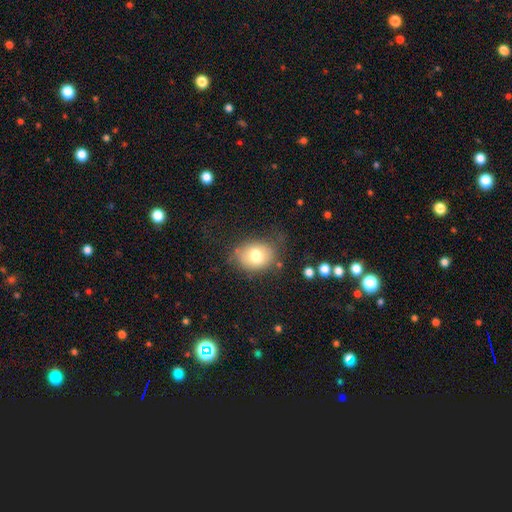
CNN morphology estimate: Smooth or featured: smooth — 73% (featured or disk — 17%)
How rounded: in between — 54% (round — 45%)
Merging: none — 65% (minor disturbance — 23%)